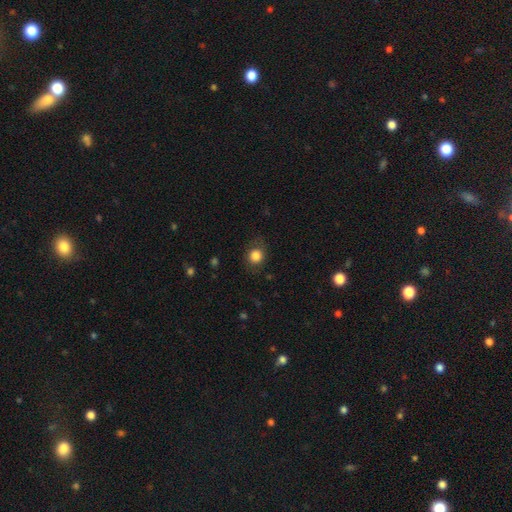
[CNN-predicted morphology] smooth_or_featured: smooth (p=0.83) [alt: star or artifact p=0.10]
how_rounded: round (p=0.79) [alt: in between p=0.20]
merging: none (p=0.78) [alt: minor disturbance p=0.15]